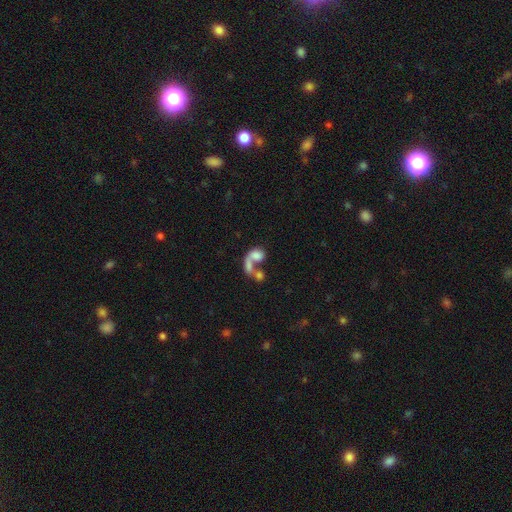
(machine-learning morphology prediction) Smooth or featured: smooth — 60% (featured or disk — 30%)
How rounded: in between — 70% (round — 27%)
Merging: merger — 66% (major disturbance — 14%)